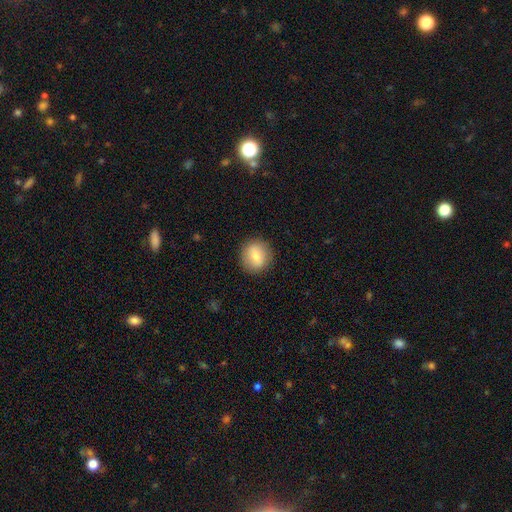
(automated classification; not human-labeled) Smooth or featured?
  - smooth: 75% *
  - featured or disk: 17%
  - star or artifact: 8%
How rounded?
  - round: 83% *
  - in between: 16%
  - cigar-shaped: 1%
Merging?
  - none: 88% *
  - minor disturbance: 8%
  - major disturbance: 3%
  - merger: 1%